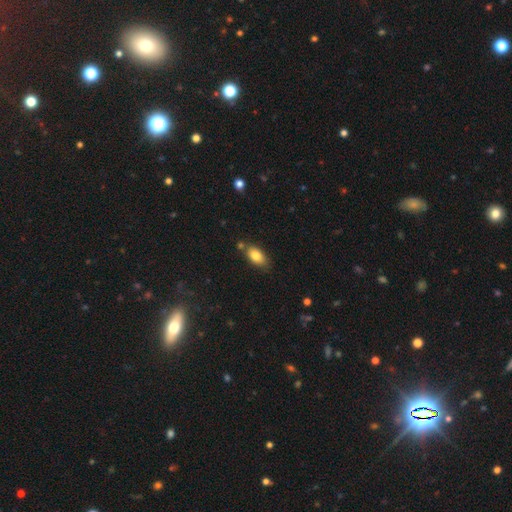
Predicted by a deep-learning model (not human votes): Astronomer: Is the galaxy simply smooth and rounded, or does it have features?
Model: smooth — 82%.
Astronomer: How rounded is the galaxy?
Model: in between — 89%.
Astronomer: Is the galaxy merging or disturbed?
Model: none — 72%.